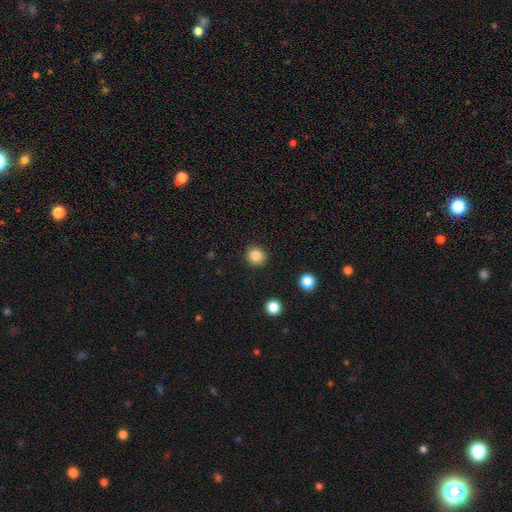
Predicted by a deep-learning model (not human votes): A smooth galaxy with no disk features (85%) that is round (92%).

Vote fractions:
- Smooth or featured? smooth: 85% / star or artifact: 11% / featured or disk: 4%
- How rounded? round: 92% / in between: 7% / cigar-shaped: 1%
- Merging? none: 91% / minor disturbance: 5% / major disturbance: 2% / merger: 1%